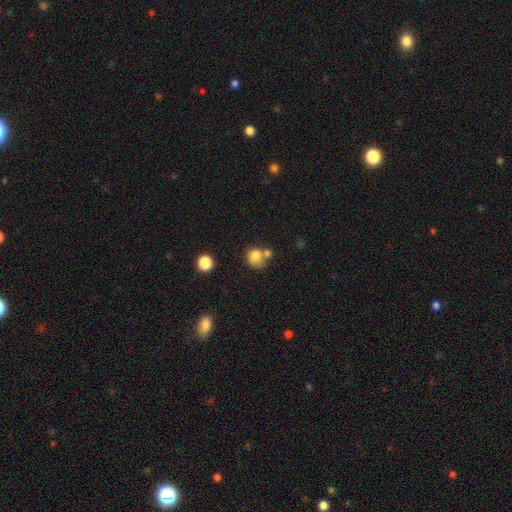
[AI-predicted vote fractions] This is likely a smooth galaxy (79%). How rounded: likely round (78%). Merging: marginally none (44%).